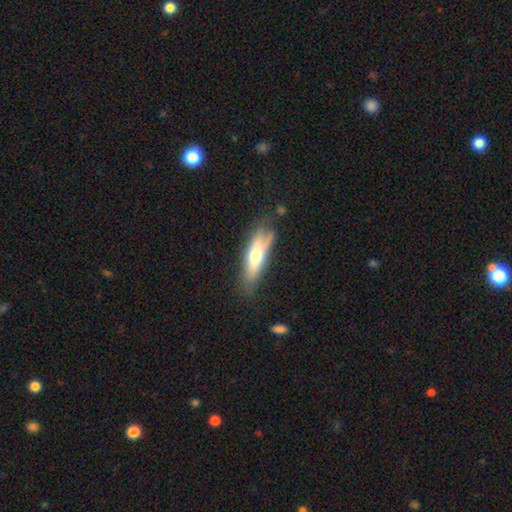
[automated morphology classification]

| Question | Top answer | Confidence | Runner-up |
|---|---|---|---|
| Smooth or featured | smooth | 55% | featured or disk (38%) |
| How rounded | cigar-shaped | 57% | in between (41%) |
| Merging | none | 66% | minor disturbance (23%) |